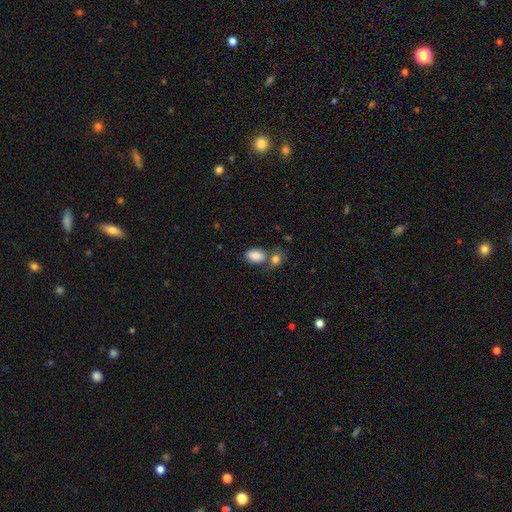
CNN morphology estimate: Q: Smooth or featured?
A: smooth (86%); runner-up: star or artifact (8%)
Q: How rounded?
A: in between (88%); runner-up: round (10%)
Q: Merging?
A: none (47%); runner-up: merger (34%)